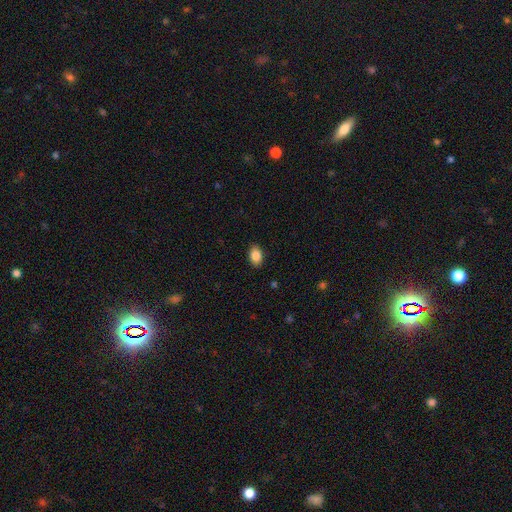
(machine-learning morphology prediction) This is clearly a smooth galaxy (87%). How rounded: clearly in between (86%). Merging: clearly none (89%).